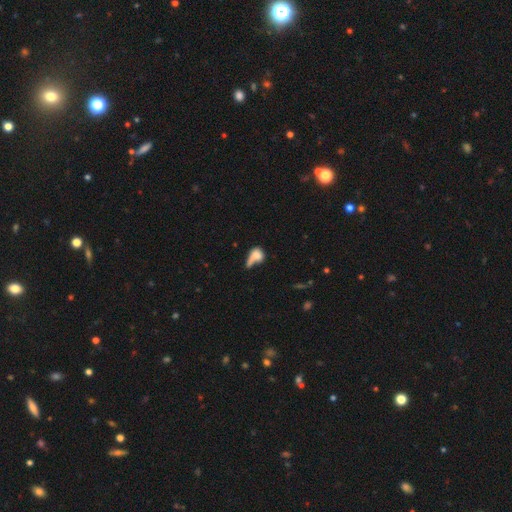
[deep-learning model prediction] Q: Smooth or featured?
A: smooth (67%); runner-up: featured or disk (23%)
Q: How rounded?
A: in between (61%); runner-up: round (32%)
Q: Merging?
A: merger (29%); runner-up: major disturbance (28%)